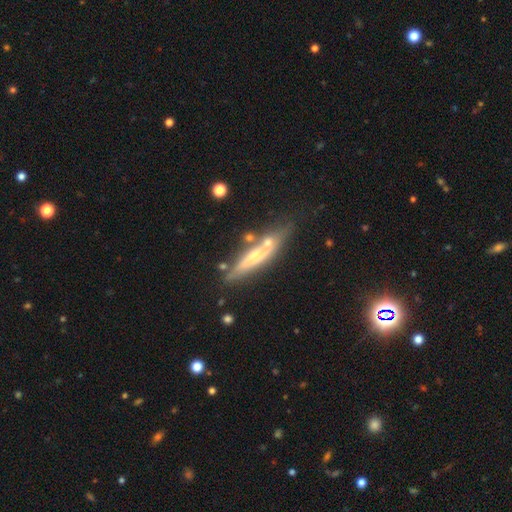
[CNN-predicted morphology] This appears to be a featured or disk galaxy (53%) viewed edge-on (78%). Merging: none (64%).